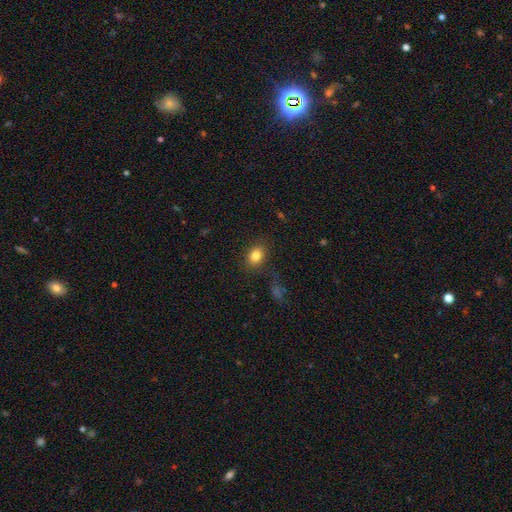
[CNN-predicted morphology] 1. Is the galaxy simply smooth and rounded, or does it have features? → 83% smooth, 10% star or artifact, 7% featured or disk.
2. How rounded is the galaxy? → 64% in between, 35% round, 1% cigar-shaped.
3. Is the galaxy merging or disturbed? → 82% none, 12% minor disturbance, 4% major disturbance, 2% merger.